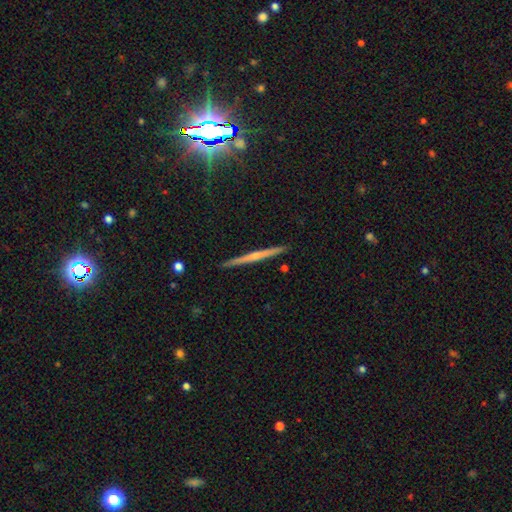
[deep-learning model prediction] Q: Smooth or featured?
A: featured or disk (62%); runner-up: smooth (31%)
Q: Edge-on disk?
A: yes (98%); runner-up: no (2%)
Q: Edge-on bulge?
A: none (47%); runner-up: rounded (45%)
Q: Merging?
A: none (92%); runner-up: minor disturbance (6%)